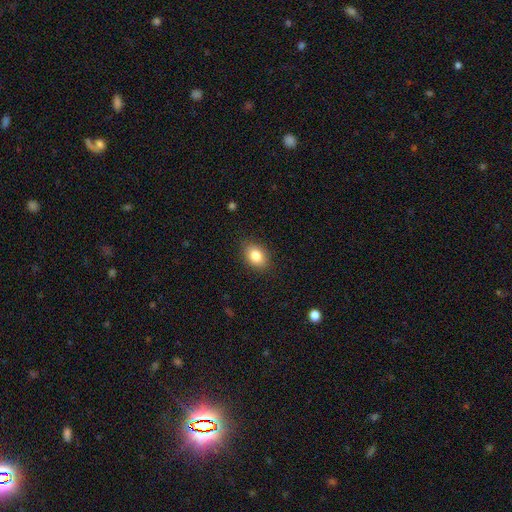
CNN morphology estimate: A smooth galaxy with no disk features (83%) that is in between round and cigar-shaped (76%). Merging: none (87%).